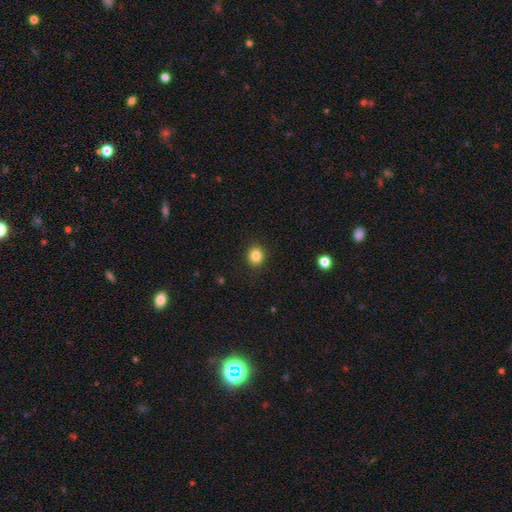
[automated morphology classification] type=smooth (85%); roundness=round (77%); merging=none (90%).